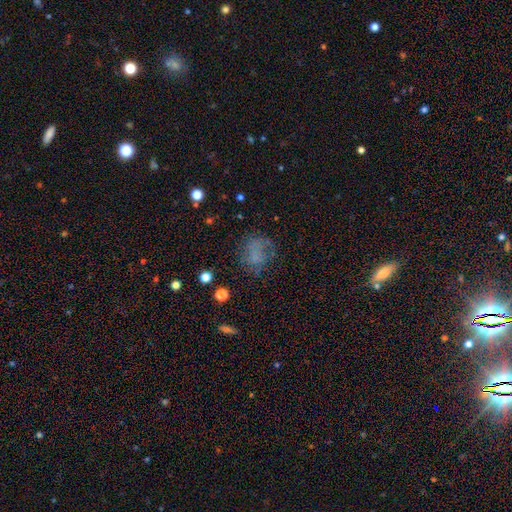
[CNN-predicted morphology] Overall: smooth (51%; featured or disk 27%). How rounded: round (55%; in between 43%). Merging: none (56%; minor disturbance 21%).